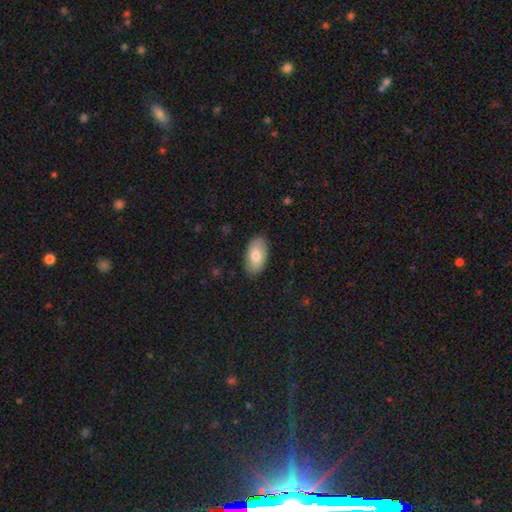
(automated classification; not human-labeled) smooth_or_featured: smooth (p=0.73) [alt: featured or disk p=0.21]
how_rounded: in between (p=0.94) [alt: round p=0.04]
merging: none (p=0.86) [alt: minor disturbance p=0.11]